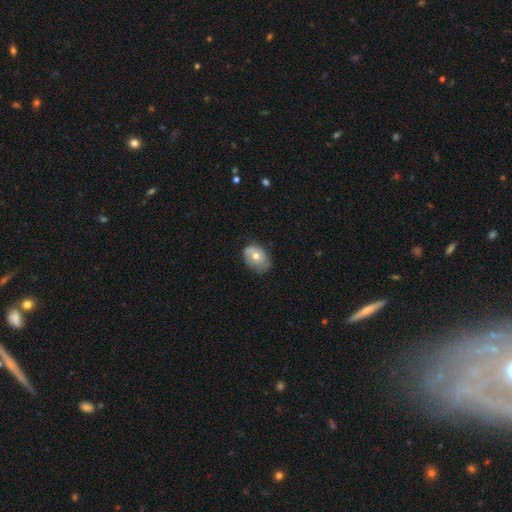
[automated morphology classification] smooth 61%, featured or disk 32%, star or artifact 7%. Down the decision tree: how rounded — in between (70%); merging — none (55%).